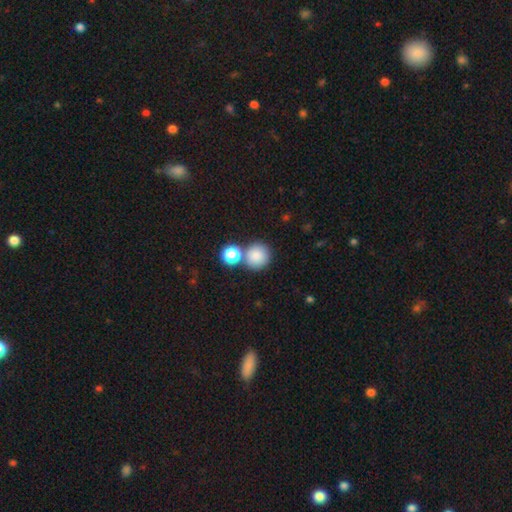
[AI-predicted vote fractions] This is clearly a smooth galaxy (83%). How rounded: clearly round (91%). Merging: likely none (65%).